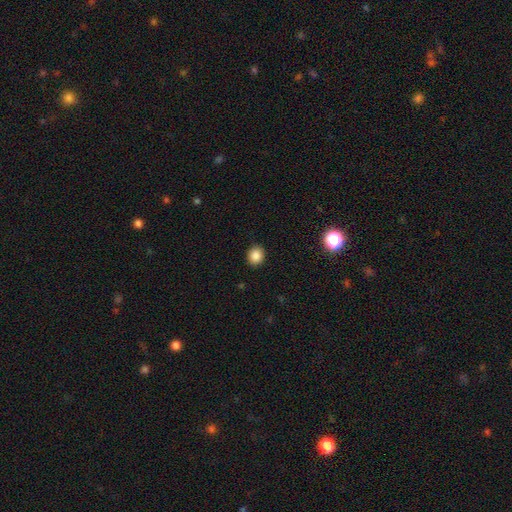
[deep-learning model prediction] Smooth or featured: smooth — 86% (star or artifact — 10%)
How rounded: round — 70% (in between — 29%)
Merging: none — 91% (minor disturbance — 6%)